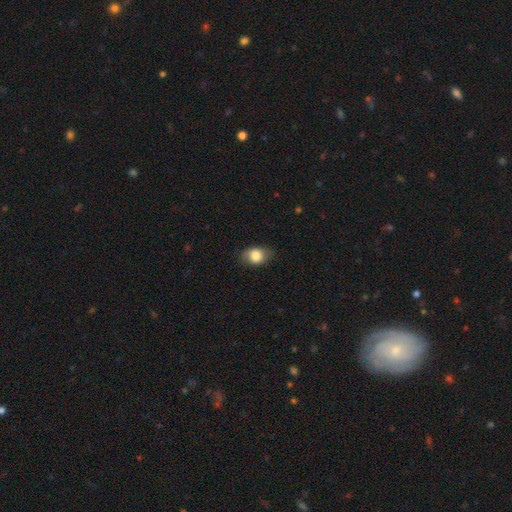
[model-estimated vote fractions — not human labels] smooth-or-featured: smooth: 80% | featured or disk: 12% | star or artifact: 8%
  how-rounded: in between: 71% | round: 28% | cigar-shaped: 1%
  merging: none: 77% | minor disturbance: 18% | major disturbance: 4% | merger: 1%